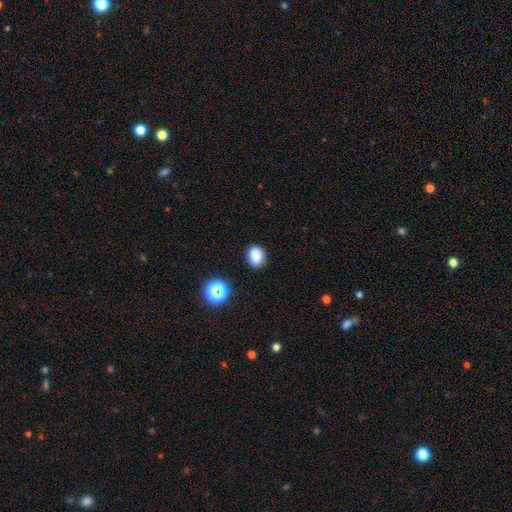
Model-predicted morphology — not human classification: A smooth galaxy with no disk features (84%) that is in between round and cigar-shaped (61%). Merging: none (85%).